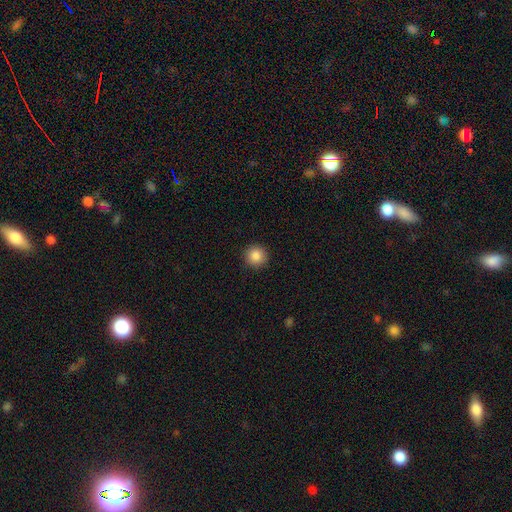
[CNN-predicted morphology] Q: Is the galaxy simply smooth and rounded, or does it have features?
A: smooth — 86%.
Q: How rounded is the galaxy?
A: round — 95%.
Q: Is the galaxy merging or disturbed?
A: none — 92%.